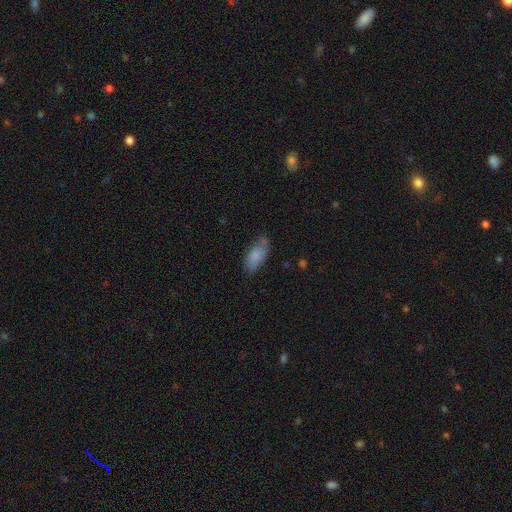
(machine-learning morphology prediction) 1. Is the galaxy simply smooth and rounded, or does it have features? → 81% smooth, 13% featured or disk, 7% star or artifact.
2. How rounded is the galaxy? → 88% in between, 10% cigar-shaped, 2% round.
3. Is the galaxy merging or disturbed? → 65% none, 25% minor disturbance, 6% major disturbance, 4% merger.